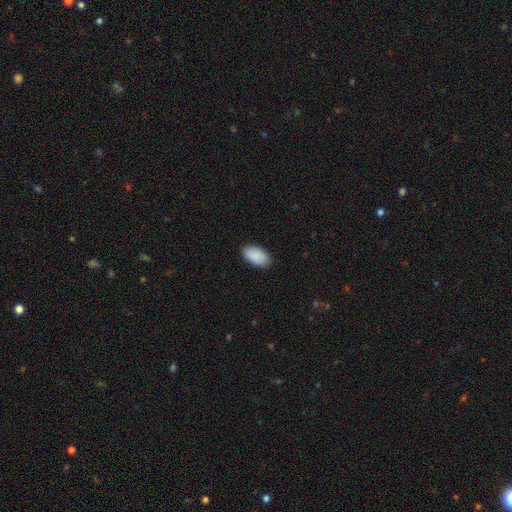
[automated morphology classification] This appears to be a smooth galaxy with no disk features (90%) that is in between round and cigar-shaped (95%). Merging: none (88%).